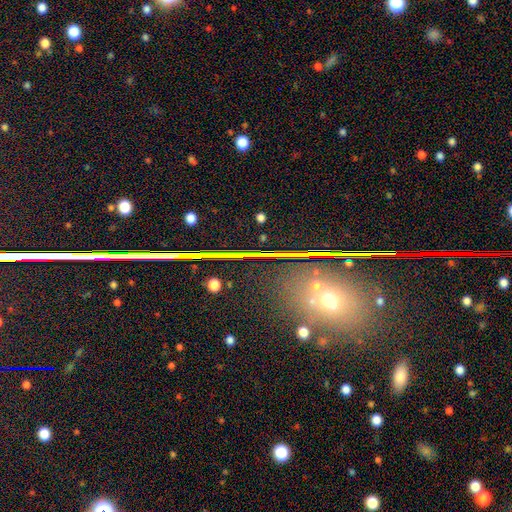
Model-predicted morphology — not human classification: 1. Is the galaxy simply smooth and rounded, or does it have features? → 57% star or artifact, 23% smooth, 20% featured or disk.